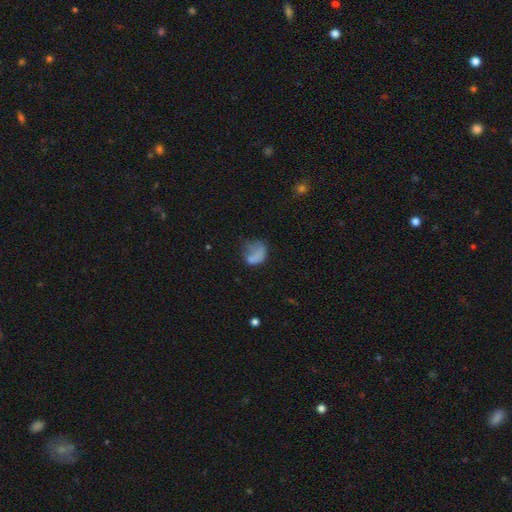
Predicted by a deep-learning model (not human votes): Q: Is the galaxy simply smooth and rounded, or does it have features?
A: smooth — 67%.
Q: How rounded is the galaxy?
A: in between — 59%.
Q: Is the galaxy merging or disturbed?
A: major disturbance — 42%.